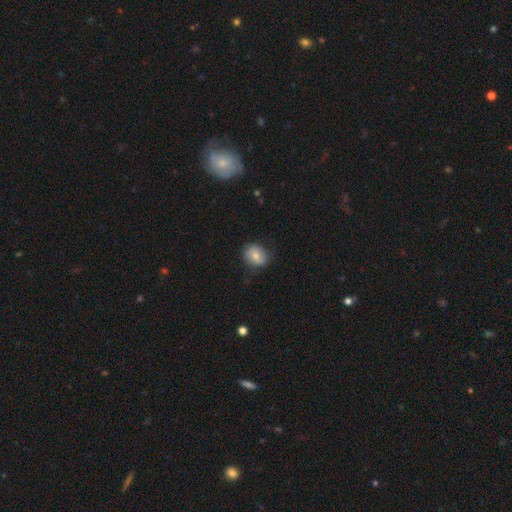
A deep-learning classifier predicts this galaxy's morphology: Smooth or featured? smooth (66%)
How rounded? in between (52%)
Merging? none (75%)